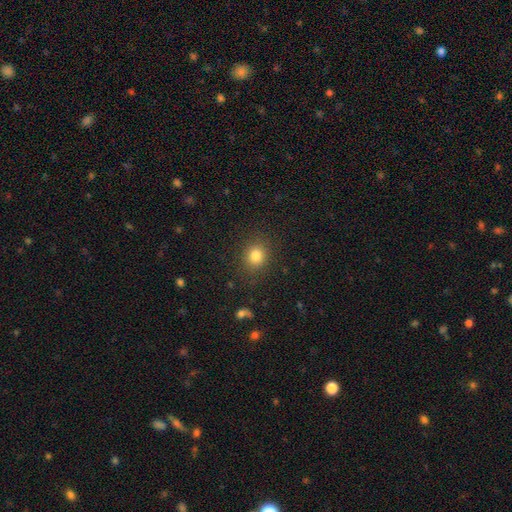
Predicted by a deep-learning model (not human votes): Smooth or featured?
  - smooth: 83% *
  - star or artifact: 12%
  - featured or disk: 5%
How rounded?
  - round: 73% *
  - in between: 26%
  - cigar-shaped: 1%
Merging?
  - none: 86% *
  - minor disturbance: 9%
  - major disturbance: 3%
  - merger: 1%